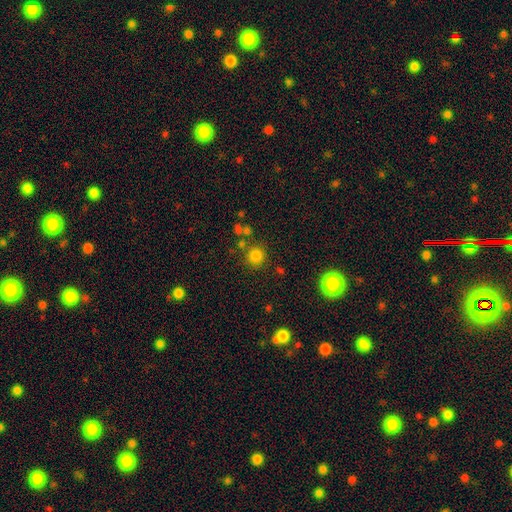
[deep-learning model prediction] This is likely a smooth galaxy (79%). How rounded: clearly round (92%). Merging: likely none (79%).